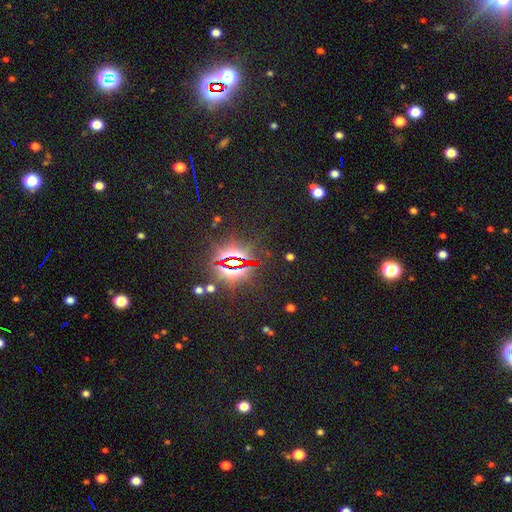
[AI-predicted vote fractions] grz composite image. It shows a star or artifact, not a galaxy (83%).